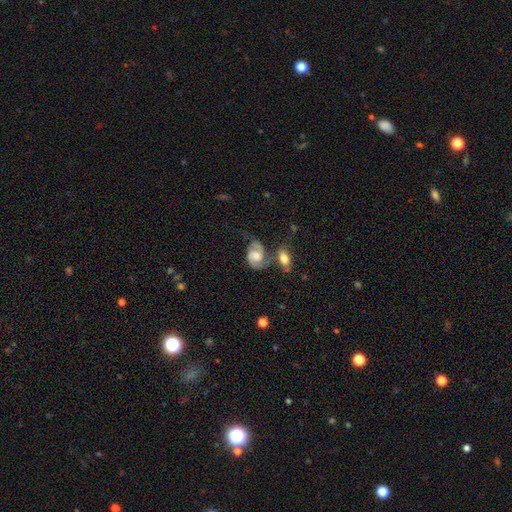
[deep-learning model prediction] featured or disk 72%, smooth 22%, star or artifact 7%. Down the decision tree: edge-on disk — no (97%); bar — no (56%); spiral arms — yes (92%); spiral arm count — 2 (87%); spiral winding — medium (49%); bulge size — moderate (44%); merging — none (43%).